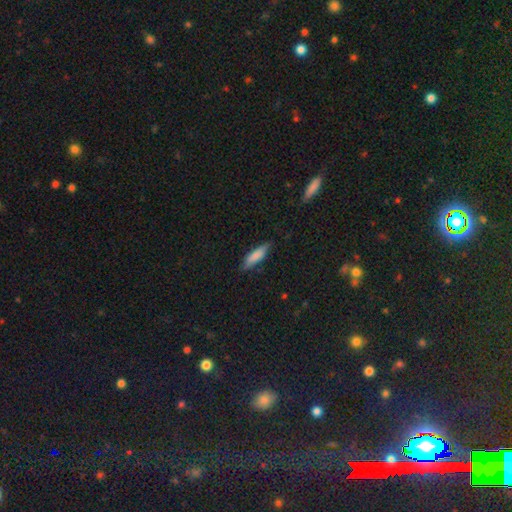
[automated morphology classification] Q: Smooth or featured?
A: smooth (80%); runner-up: featured or disk (14%)
Q: How rounded?
A: cigar-shaped (65%); runner-up: in between (34%)
Q: Merging?
A: none (78%); runner-up: minor disturbance (17%)